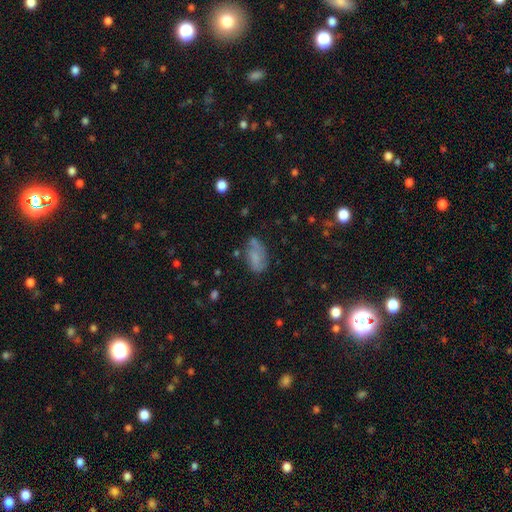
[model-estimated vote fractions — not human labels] Smooth or featured: smooth — 64% (featured or disk — 24%)
How rounded: in between — 89% (round — 7%)
Merging: none — 55% (minor disturbance — 27%)